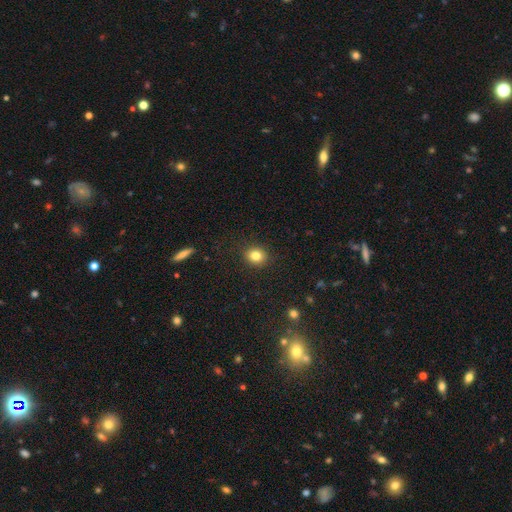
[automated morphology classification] A smooth galaxy with no disk features (83%) that is round (72%). Merging: none (89%).